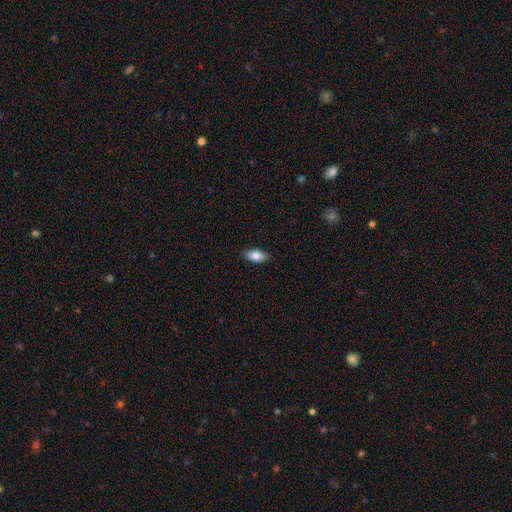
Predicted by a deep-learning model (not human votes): Morphology: type=smooth (85%); roundness=in between (91%); merging=none (88%).